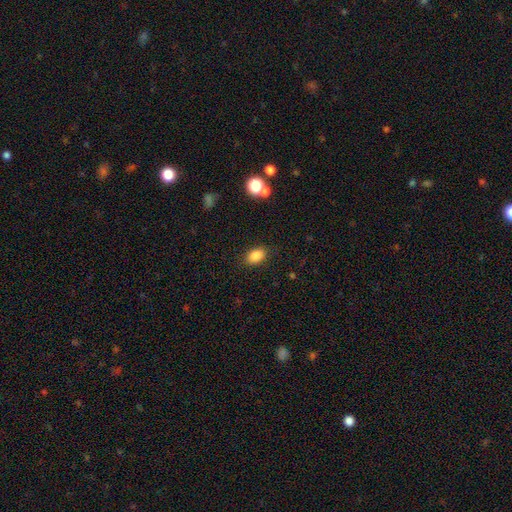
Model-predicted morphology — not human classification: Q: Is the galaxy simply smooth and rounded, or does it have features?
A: smooth — 85%.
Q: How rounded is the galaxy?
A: in between — 83%.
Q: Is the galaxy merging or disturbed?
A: none — 85%.